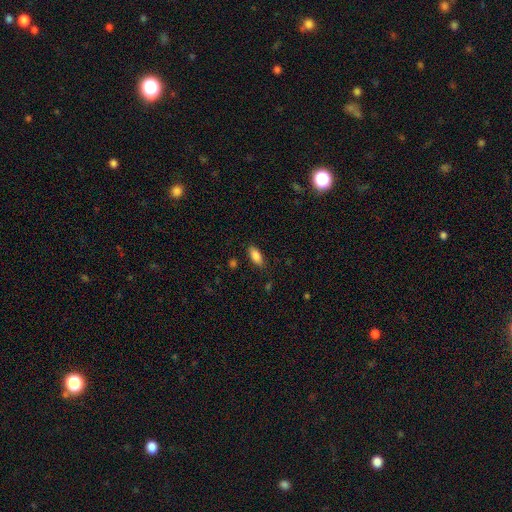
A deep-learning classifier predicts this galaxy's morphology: smooth-or-featured: smooth: 86% | star or artifact: 8% | featured or disk: 7%
  how-rounded: in between: 86% | cigar-shaped: 11% | round: 2%
  merging: none: 83% | minor disturbance: 12% | major disturbance: 3% | merger: 1%